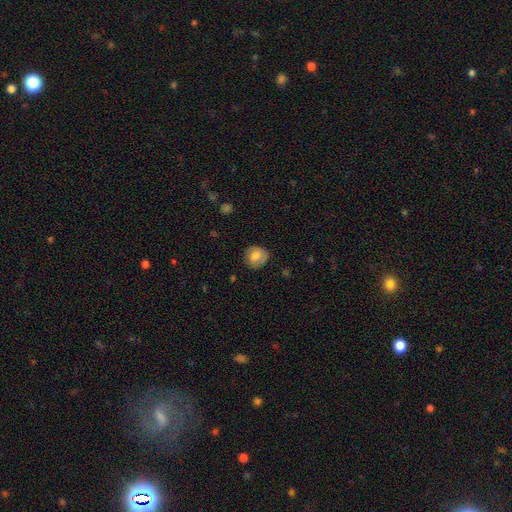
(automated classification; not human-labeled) Overall: smooth (76%). How rounded: round (79%). Merging: none (76%).